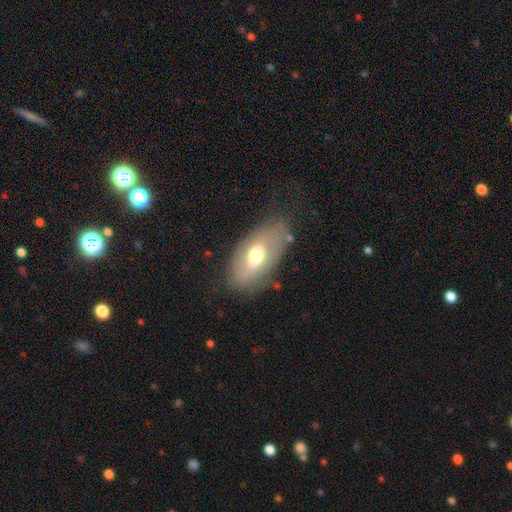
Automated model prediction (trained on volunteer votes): The model was most divided on "smooth or featured": smooth: 53%, featured or disk: 39%, star or artifact: 7%. More confident: how rounded — in between (91%); merging — none (71%).